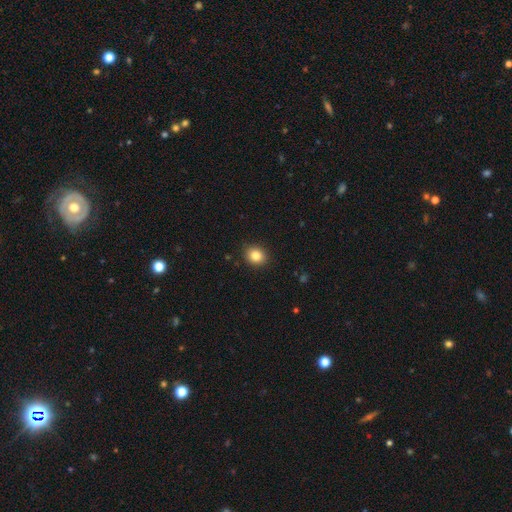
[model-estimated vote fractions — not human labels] Q: Smooth or featured?
A: smooth (83%); runner-up: star or artifact (10%)
Q: How rounded?
A: round (71%); runner-up: in between (28%)
Q: Merging?
A: none (90%); runner-up: minor disturbance (8%)